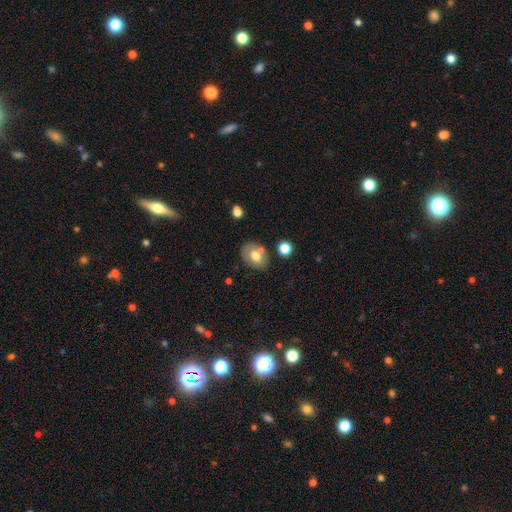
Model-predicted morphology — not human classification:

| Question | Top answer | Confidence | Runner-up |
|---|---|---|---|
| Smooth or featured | smooth | 68% | featured or disk (24%) |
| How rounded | in between | 71% | round (28%) |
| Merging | none | 64% | merger (16%) |